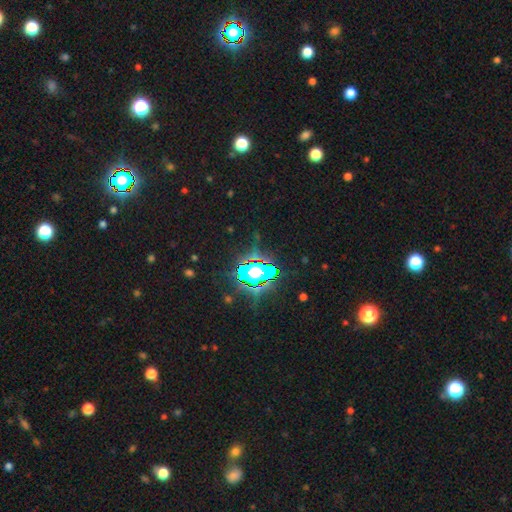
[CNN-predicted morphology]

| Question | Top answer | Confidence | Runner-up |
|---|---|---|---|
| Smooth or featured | star or artifact | 82% | smooth (11%) |